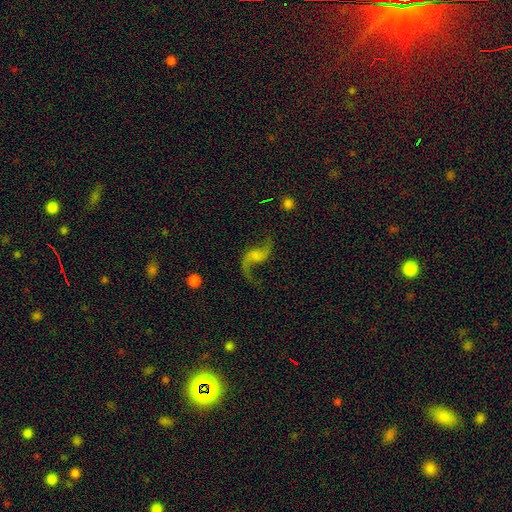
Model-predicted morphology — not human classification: smooth_or_featured: featured or disk (p=0.86) [alt: star or artifact p=0.07]
disk_edge_on: no (p=0.97) [alt: yes p=0.03]
bar: no (p=0.52) [alt: weak p=0.36]
has_spiral_arms: yes (p=0.96) [alt: no p=0.04]
spiral_winding: loose (p=0.89) [alt: medium p=0.09]
spiral_arm_count: 2 (p=0.92) [alt: 1 p=0.04]
bulge_size: none (p=0.49) [alt: small p=0.25]
merging: none (p=0.72) [alt: minor disturbance p=0.14]